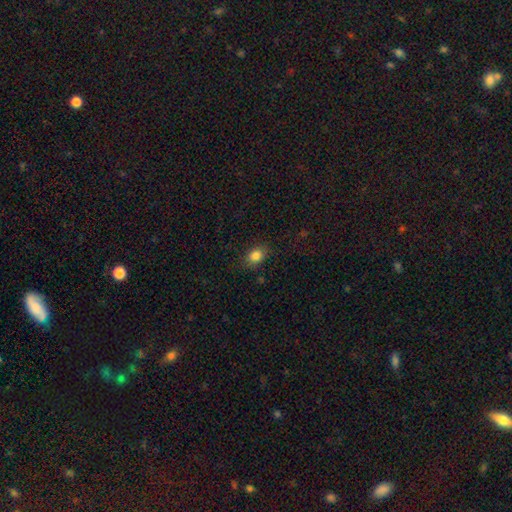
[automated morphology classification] Overall: smooth (84%). How rounded: in between (69%; round 29%). Merging: none (83%).